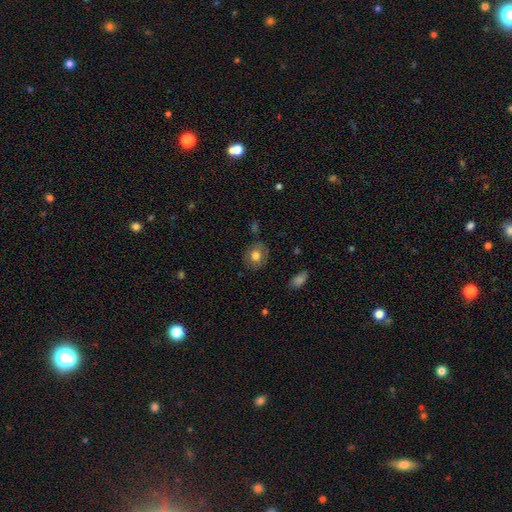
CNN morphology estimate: Smooth or featured: smooth — 72% (featured or disk — 19%)
How rounded: round — 64% (in between — 35%)
Merging: none — 82% (minor disturbance — 13%)